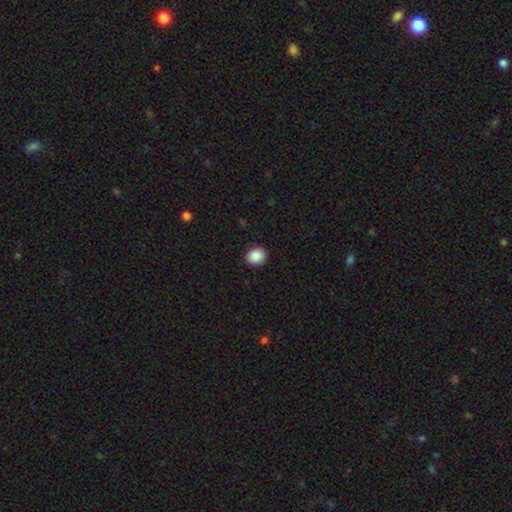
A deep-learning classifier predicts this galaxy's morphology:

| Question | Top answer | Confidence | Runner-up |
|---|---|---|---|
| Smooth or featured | smooth | 88% | star or artifact (9%) |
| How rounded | round | 68% | in between (31%) |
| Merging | none | 91% | minor disturbance (6%) |